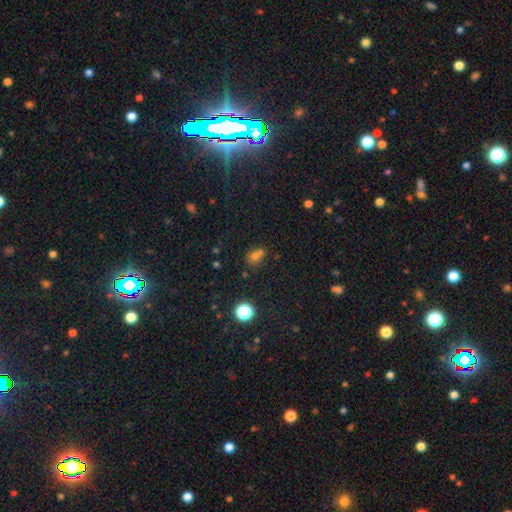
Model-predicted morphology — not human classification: A smooth galaxy with no disk features (65%) that is round (52%). Merging: none (49%).